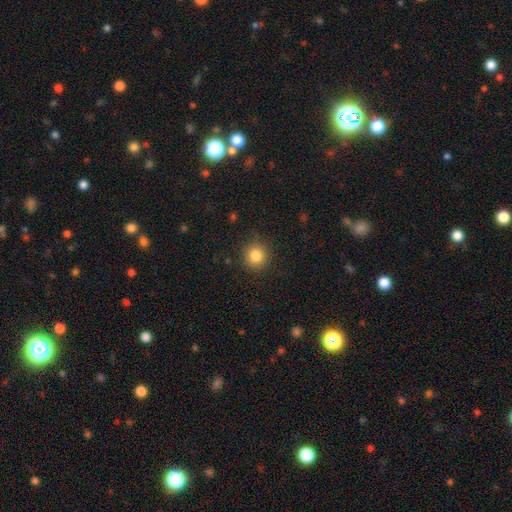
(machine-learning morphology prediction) smooth-or-featured: smooth: 84% | star or artifact: 11% | featured or disk: 5%
  how-rounded: round: 92% | in between: 7% | cigar-shaped: 1%
  merging: none: 88% | minor disturbance: 8% | major disturbance: 3% | merger: 1%